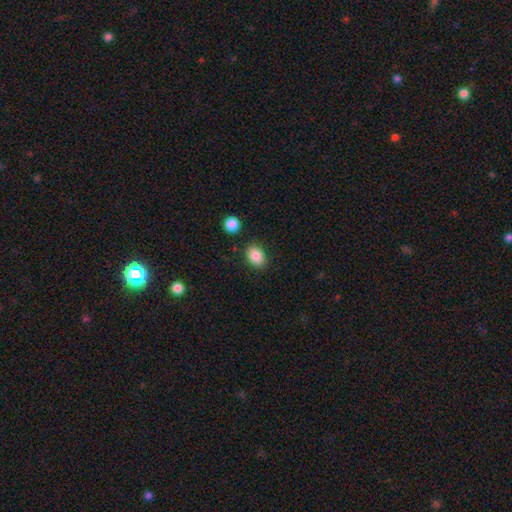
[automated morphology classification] Q: Smooth or featured?
A: smooth (86%); runner-up: star or artifact (8%)
Q: How rounded?
A: in between (72%); runner-up: round (27%)
Q: Merging?
A: none (84%); runner-up: minor disturbance (10%)